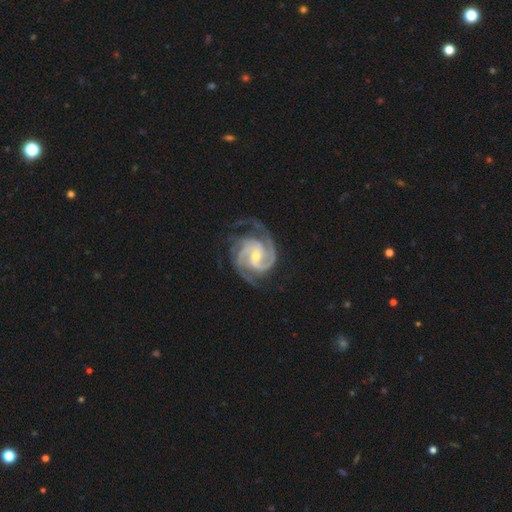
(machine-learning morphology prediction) type=featured or disk (94%); edge-on=no (98%); bar=weak (45%); spiral arms=yes (99%); winding=tight (54%); arm count=3 (42%); bulge=moderate (49%); merging=none (71%).